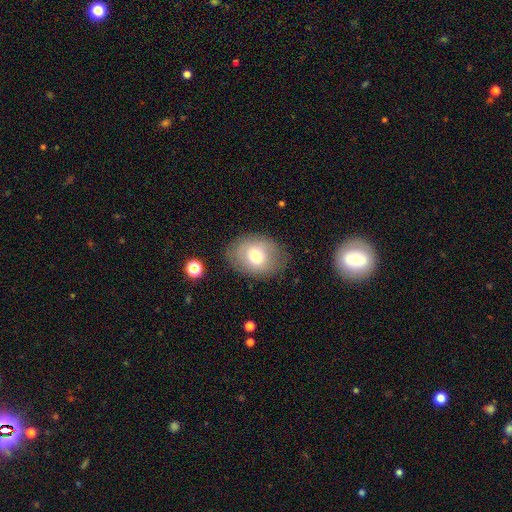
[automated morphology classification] This is likely a smooth galaxy (68%). How rounded: likely in between (65%). Merging: clearly none (80%).